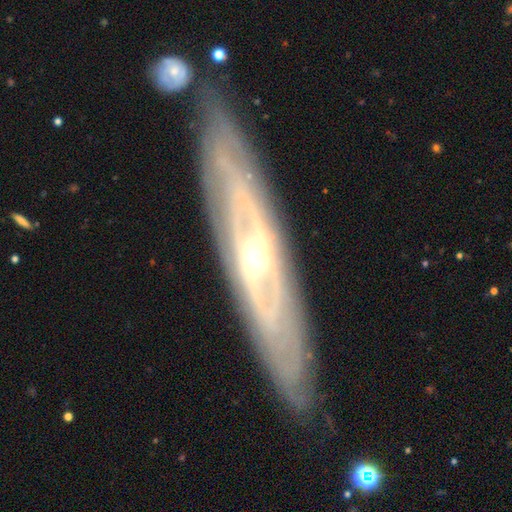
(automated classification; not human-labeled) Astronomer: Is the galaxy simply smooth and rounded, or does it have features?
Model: featured or disk — 85%.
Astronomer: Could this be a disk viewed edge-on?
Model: no — 55% (runner-up: yes, 45%).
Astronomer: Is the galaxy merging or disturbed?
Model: none — 83%.